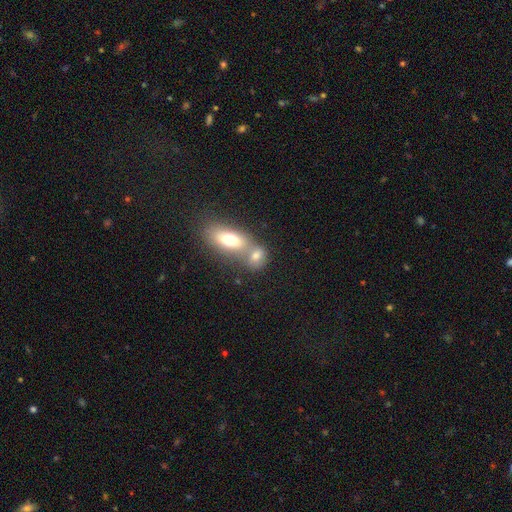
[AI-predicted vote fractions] A smooth galaxy with no disk features (72%) that is in between round and cigar-shaped (66%).

Vote fractions:
- Smooth or featured? smooth: 72% / featured or disk: 17% / star or artifact: 11%
- How rounded? in between: 66% / round: 29% / cigar-shaped: 6%
- Merging? merger: 52% / none: 34% / minor disturbance: 9% / major disturbance: 4%